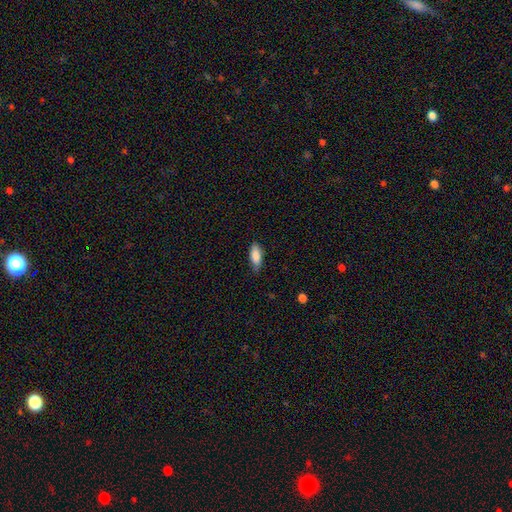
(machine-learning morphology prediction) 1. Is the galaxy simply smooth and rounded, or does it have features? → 86% smooth, 7% featured or disk, 6% star or artifact.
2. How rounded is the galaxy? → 80% in between, 18% cigar-shaped, 2% round.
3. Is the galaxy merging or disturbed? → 75% none, 20% minor disturbance, 3% major disturbance, 1% merger.